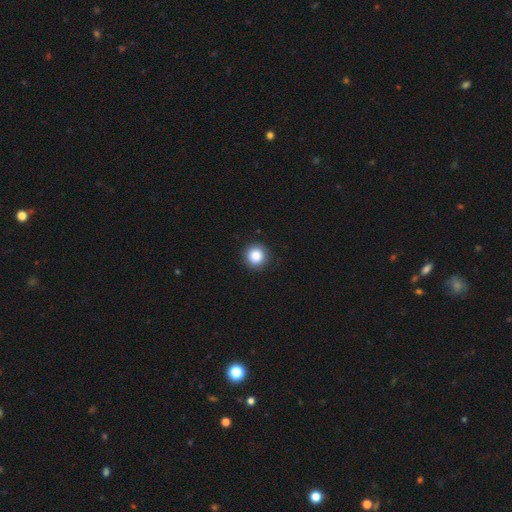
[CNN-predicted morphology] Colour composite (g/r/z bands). It shows a smooth galaxy with no disk features (87%) that is round (95%). Merging: none (91%).